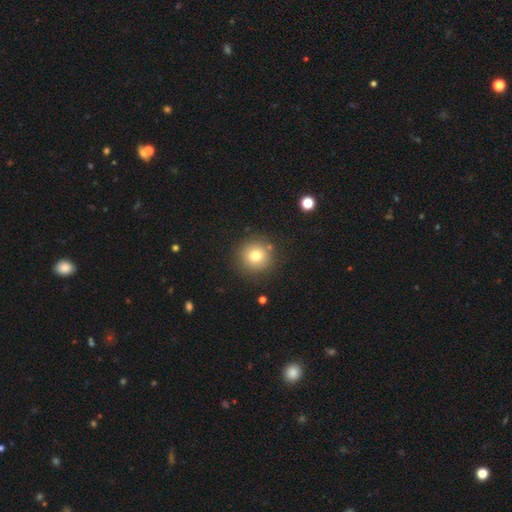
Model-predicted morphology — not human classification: smooth-or-featured: smooth: 77% | star or artifact: 12% | featured or disk: 11%
  how-rounded: round: 95% | in between: 5% | cigar-shaped: 1%
  merging: none: 87% | minor disturbance: 8% | merger: 3% | major disturbance: 3%